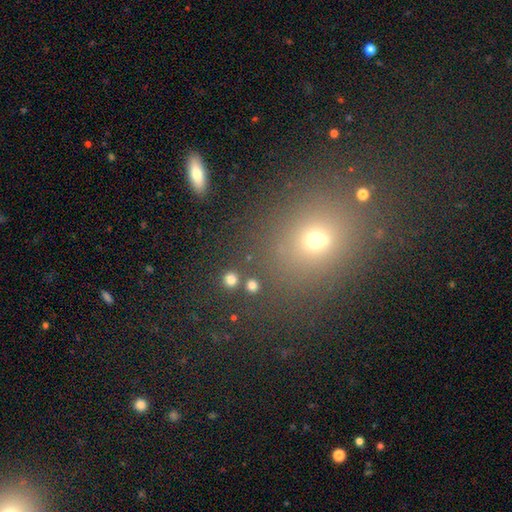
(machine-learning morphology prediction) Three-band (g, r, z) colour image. It shows a smooth galaxy with no disk features (59%) that is round (54%). Merging: none (80%).